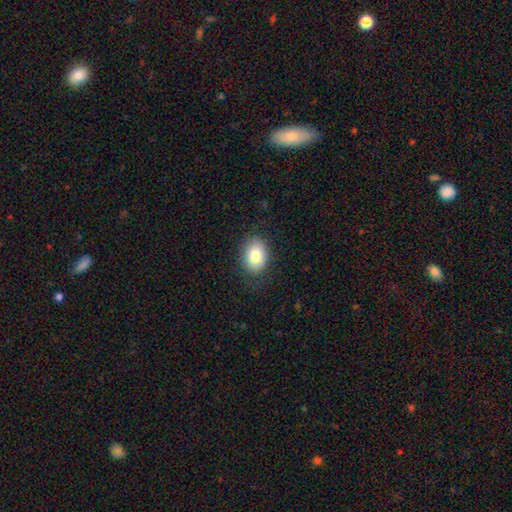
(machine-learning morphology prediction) A smooth galaxy with no disk features (80%) that is in between round and cigar-shaped (72%).

Vote fractions:
- Smooth or featured? smooth: 80% / featured or disk: 12% / star or artifact: 8%
- How rounded? in between: 72% / round: 27% / cigar-shaped: 1%
- Merging? none: 82% / minor disturbance: 13% / major disturbance: 4% / merger: 1%